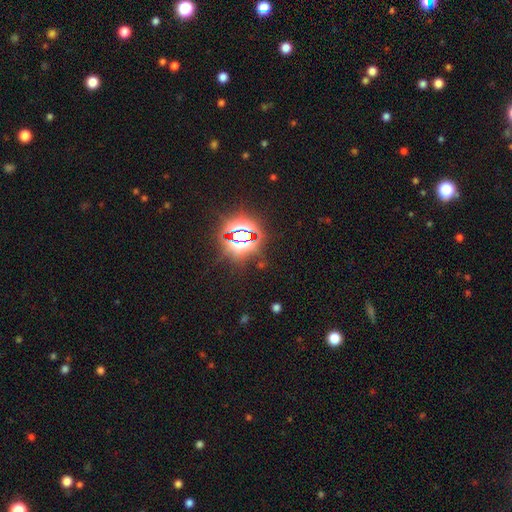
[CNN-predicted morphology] star or artifact 83%, smooth 11%, featured or disk 6%.